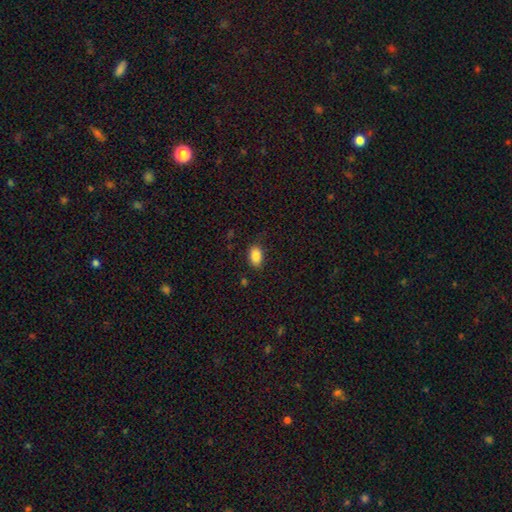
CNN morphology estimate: Smooth or featured? Predicted: smooth (p=0.87). How rounded? Predicted: in between (p=0.88). Merging? Predicted: none (p=0.84).